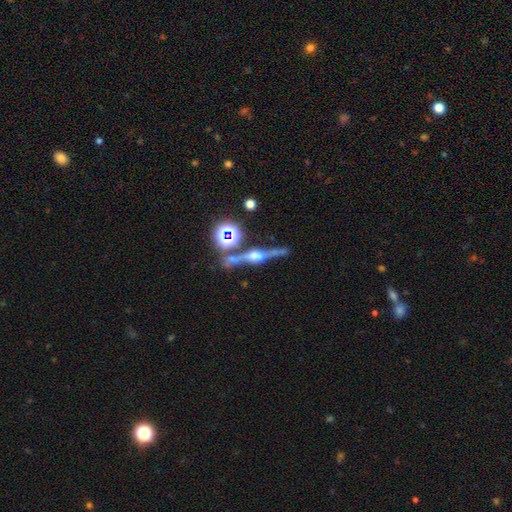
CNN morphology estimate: The model was most divided on "smooth or featured": featured or disk: 74%, star or artifact: 15%, smooth: 10%. More confident: edge-on disk — yes (93%); edge-on bulge — rounded (88%); merging — none (73%).